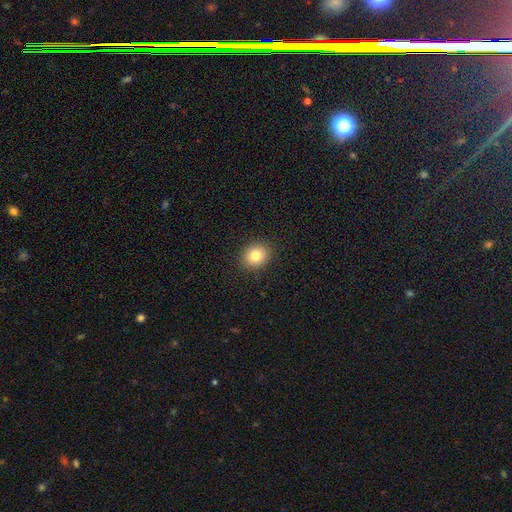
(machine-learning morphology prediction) The model was most divided on "how rounded": round: 62%, in between: 37%, cigar-shaped: 1%. More confident: merging — none (90%); smooth or featured — smooth (81%).